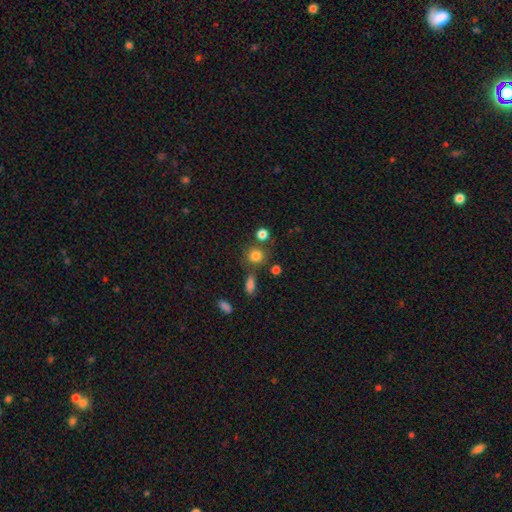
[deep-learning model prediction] The model was most divided on "merging": none: 71%, merger: 14%, minor disturbance: 11%, major disturbance: 4%. More confident: how rounded — round (86%); smooth or featured — smooth (82%).